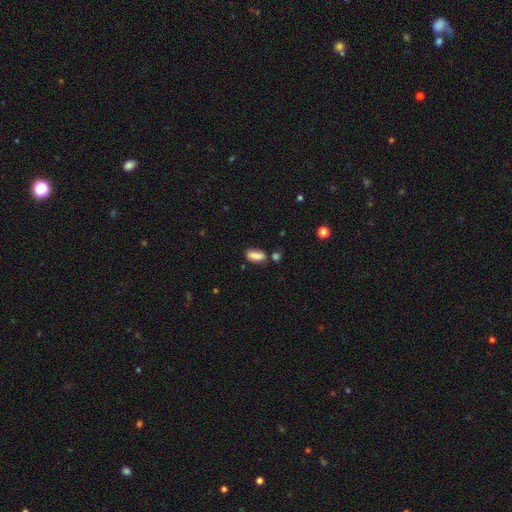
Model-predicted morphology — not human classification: Smooth or featured?
  - smooth: 86% *
  - star or artifact: 8%
  - featured or disk: 6%
How rounded?
  - in between: 80% *
  - cigar-shaped: 16%
  - round: 4%
Merging?
  - none: 65% *
  - minor disturbance: 17%
  - merger: 13%
  - major disturbance: 5%